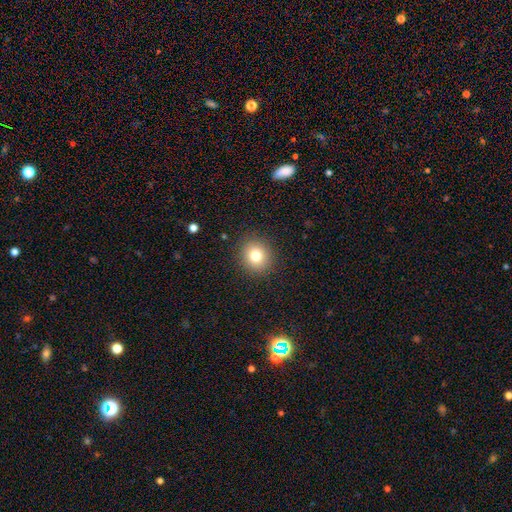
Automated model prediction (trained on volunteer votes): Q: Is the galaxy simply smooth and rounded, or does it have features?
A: smooth — 78%.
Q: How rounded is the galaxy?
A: round — 87%.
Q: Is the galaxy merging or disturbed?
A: none — 90%.